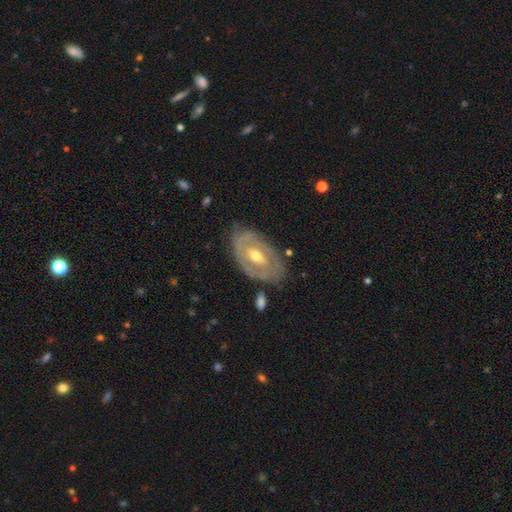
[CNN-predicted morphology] smooth_or_featured: featured or disk (p=0.74) [alt: smooth p=0.20]
disk_edge_on: no (p=0.92) [alt: yes p=0.08]
bar: no (p=0.49) [alt: weak p=0.36]
has_spiral_arms: yes (p=0.52) [alt: no p=0.48]
bulge_size: moderate (p=0.69) [alt: small p=0.24]
merging: none (p=0.76) [alt: minor disturbance p=0.17]